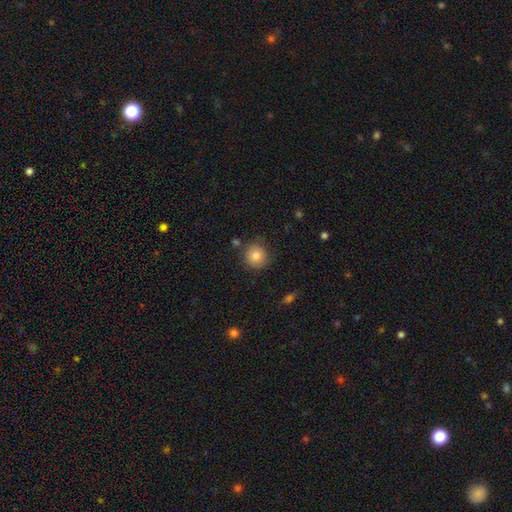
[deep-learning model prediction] This is clearly a smooth galaxy (83%). How rounded: clearly round (92%). Merging: clearly none (82%).